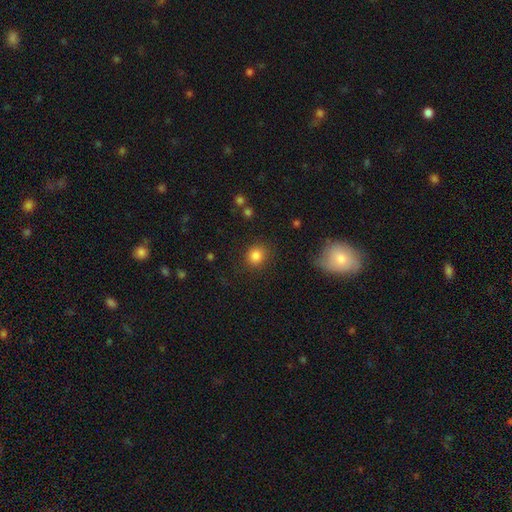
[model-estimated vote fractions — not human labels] Smooth or featured: smooth — 84% (star or artifact — 11%)
How rounded: round — 85% (in between — 14%)
Merging: none — 85% (minor disturbance — 9%)